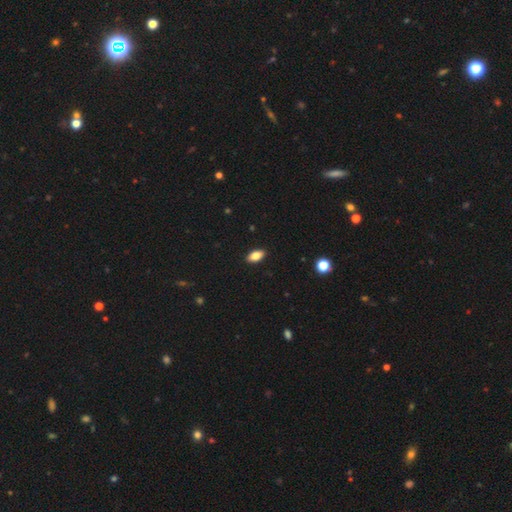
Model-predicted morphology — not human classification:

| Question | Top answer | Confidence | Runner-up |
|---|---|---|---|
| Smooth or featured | smooth | 82% | featured or disk (9%) |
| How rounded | in between | 90% | round (5%) |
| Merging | none | 90% | minor disturbance (7%) |